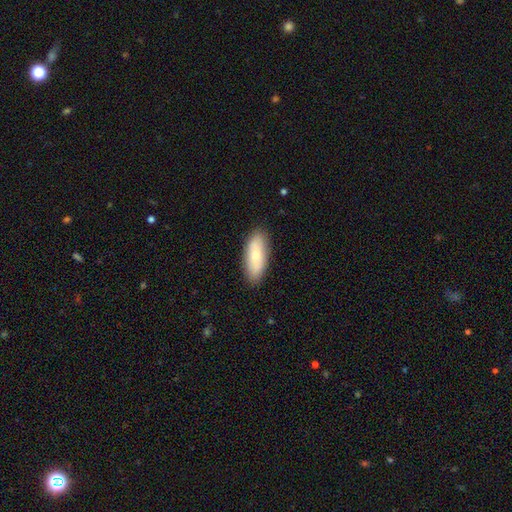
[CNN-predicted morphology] Smooth or featured?
  - smooth: 69% *
  - featured or disk: 25%
  - star or artifact: 6%
How rounded?
  - in between: 75% *
  - cigar-shaped: 23%
  - round: 2%
Merging?
  - none: 86% *
  - minor disturbance: 10%
  - major disturbance: 2%
  - merger: 1%